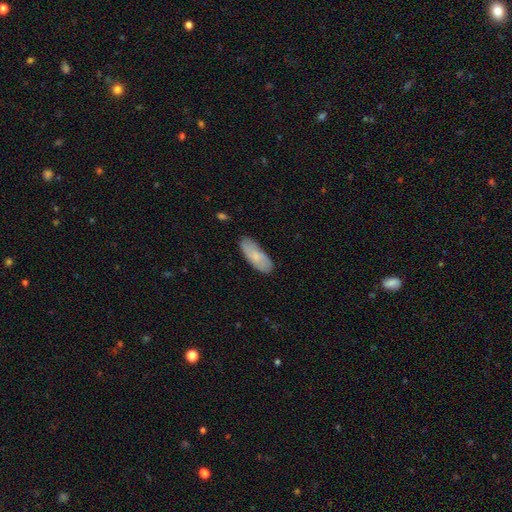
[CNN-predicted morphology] This is likely a smooth galaxy (71%). How rounded: likely in between (74%). Merging: clearly none (83%).